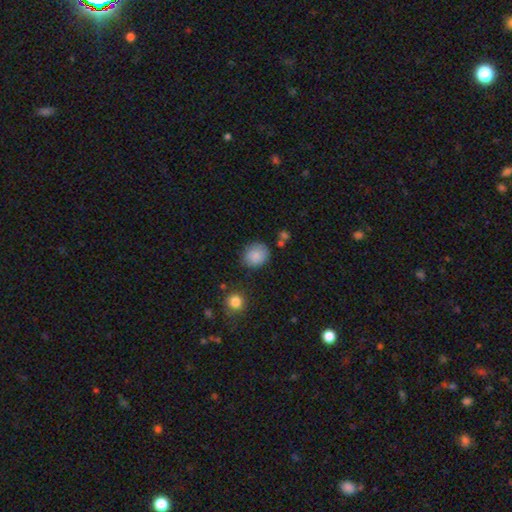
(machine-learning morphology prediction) This is clearly a smooth galaxy (86%). How rounded: likely round (63%). Merging: likely none (77%).